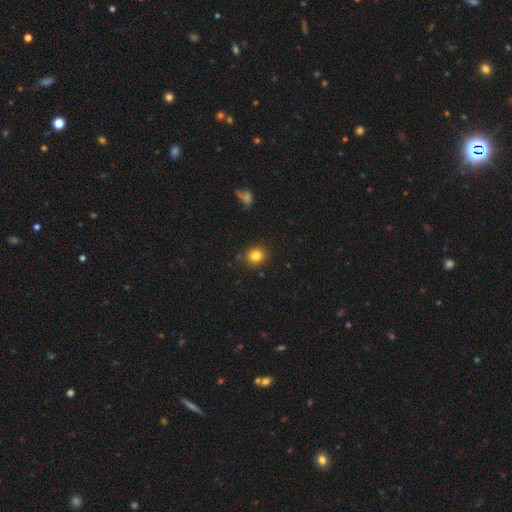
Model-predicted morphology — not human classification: The model was most divided on "how rounded": round: 80%, in between: 19%, cigar-shaped: 1%. More confident: merging — none (87%); smooth or featured — smooth (82%).